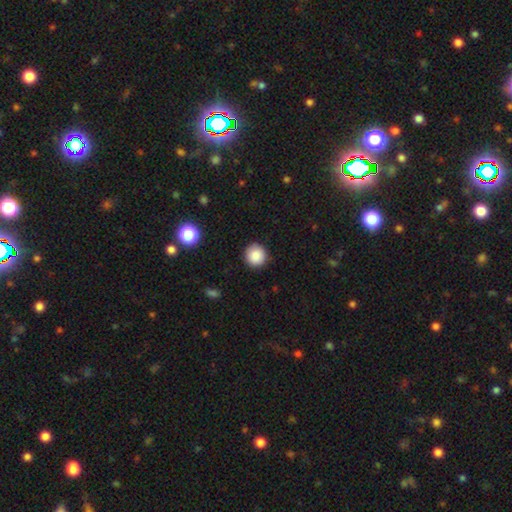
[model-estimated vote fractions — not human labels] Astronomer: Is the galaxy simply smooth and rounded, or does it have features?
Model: smooth — 87%.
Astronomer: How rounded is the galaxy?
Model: round — 94%.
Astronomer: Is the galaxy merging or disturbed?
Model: none — 91%.